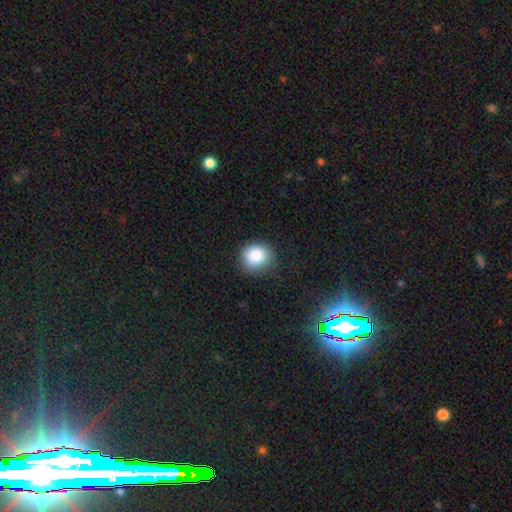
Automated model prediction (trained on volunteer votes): This is clearly a smooth galaxy (87%). How rounded: likely round (78%). Merging: clearly none (83%).